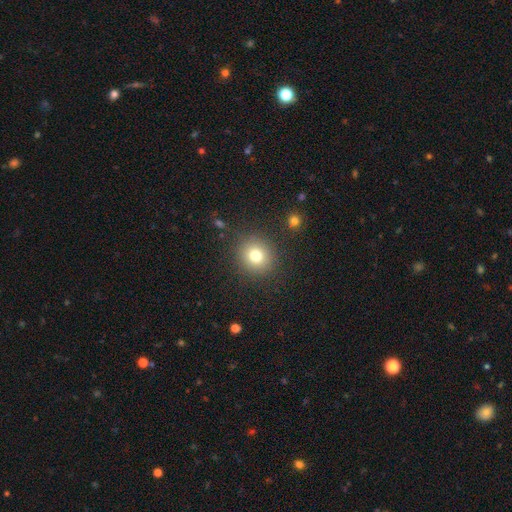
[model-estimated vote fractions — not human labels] Smooth or featured? Predicted: smooth (p=0.77). How rounded? Predicted: round (p=0.88). Merging? Predicted: none (p=0.88).